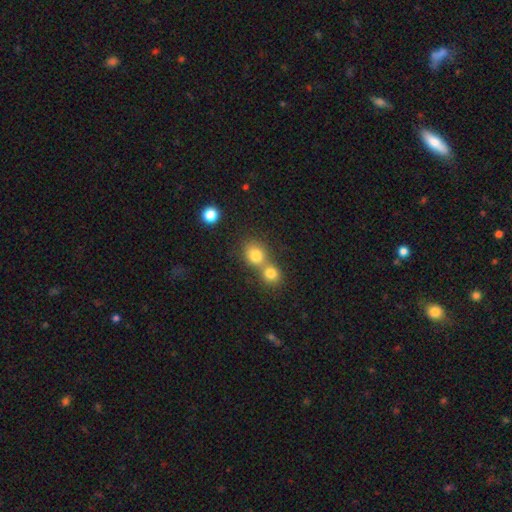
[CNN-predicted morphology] smooth_or_featured: smooth (p=0.79) [alt: star or artifact p=0.12]
how_rounded: round (p=0.77) [alt: in between p=0.22]
merging: merger (p=0.53) [alt: none p=0.38]